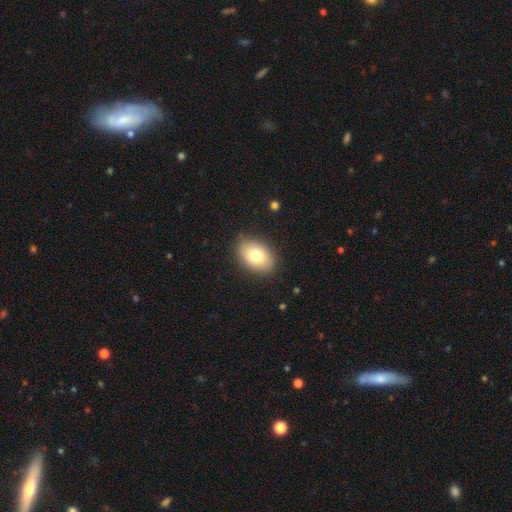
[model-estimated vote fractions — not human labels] smooth_or_featured: smooth (p=0.79) [alt: featured or disk p=0.13]
how_rounded: in between (p=0.81) [alt: round p=0.18]
merging: none (p=0.85) [alt: minor disturbance p=0.11]